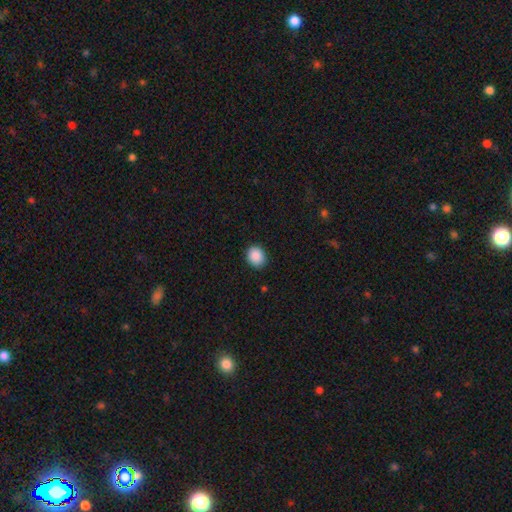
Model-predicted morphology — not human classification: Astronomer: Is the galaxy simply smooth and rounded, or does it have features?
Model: smooth — 89%.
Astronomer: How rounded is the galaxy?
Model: round — 68%.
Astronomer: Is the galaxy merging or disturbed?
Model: none — 89%.